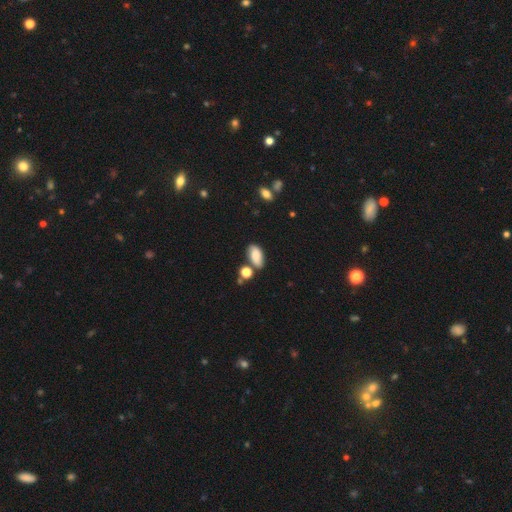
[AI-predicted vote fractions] This is likely a smooth galaxy (79%). How rounded: clearly in between (91%). Merging: likely none (64%).